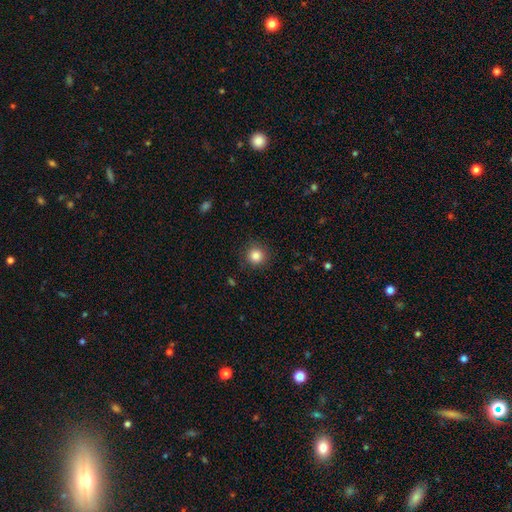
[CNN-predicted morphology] Smooth or featured? Predicted: smooth (p=0.85). How rounded? Predicted: round (p=0.94). Merging? Predicted: none (p=0.89).